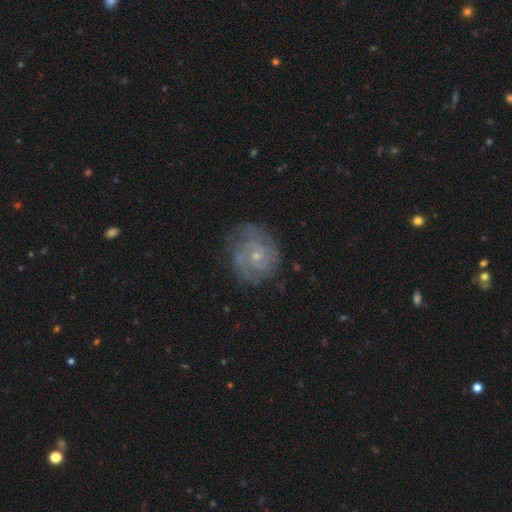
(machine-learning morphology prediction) A featured or disk galaxy (85%) with no bar (69%), 2 (47%) tight (67%) spiral arms (96%) and a small central bulge (74%). Merging: none (77%).